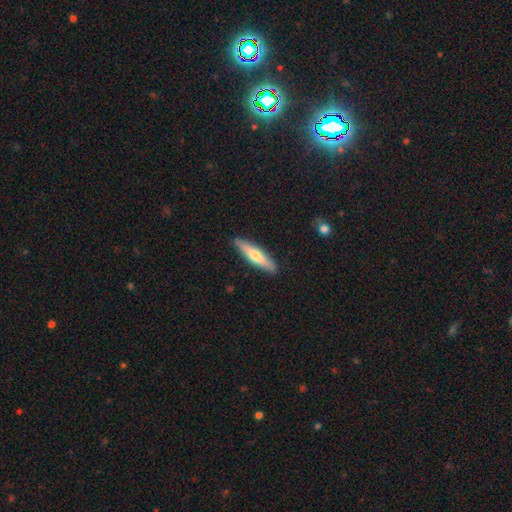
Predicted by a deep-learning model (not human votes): Morphology: type=smooth (54%); roundness=cigar-shaped (83%); merging=none (90%).